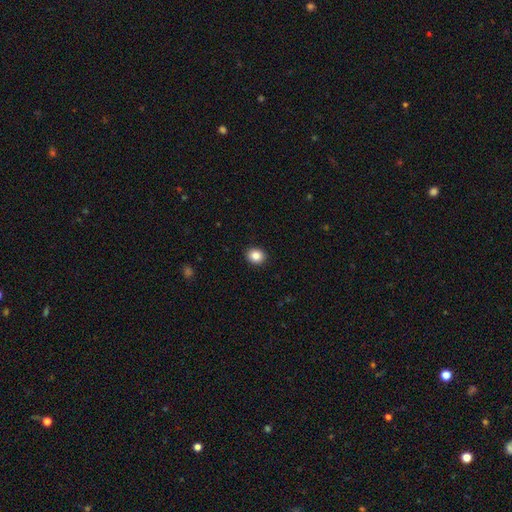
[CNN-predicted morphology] type=smooth (86%); roundness=round (73%); merging=none (92%).